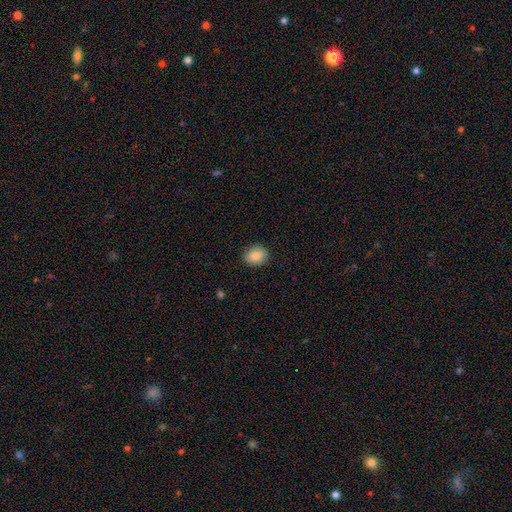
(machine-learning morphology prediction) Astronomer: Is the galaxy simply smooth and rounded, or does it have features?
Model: smooth — 86%.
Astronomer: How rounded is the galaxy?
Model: round — 53% (runner-up: in between, 46%).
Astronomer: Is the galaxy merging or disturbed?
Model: none — 88%.